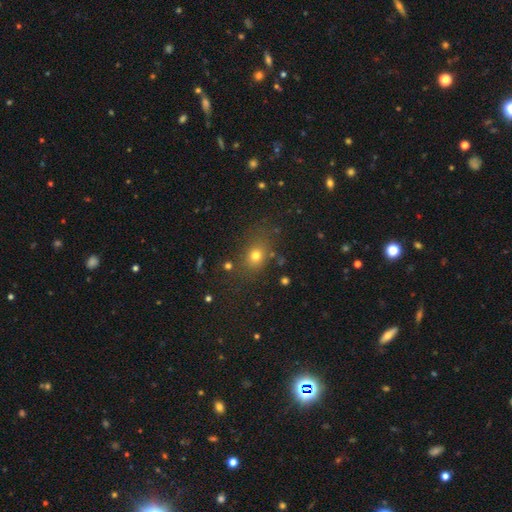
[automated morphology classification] type=smooth (73%); roundness=round (55%); merging=none (75%).